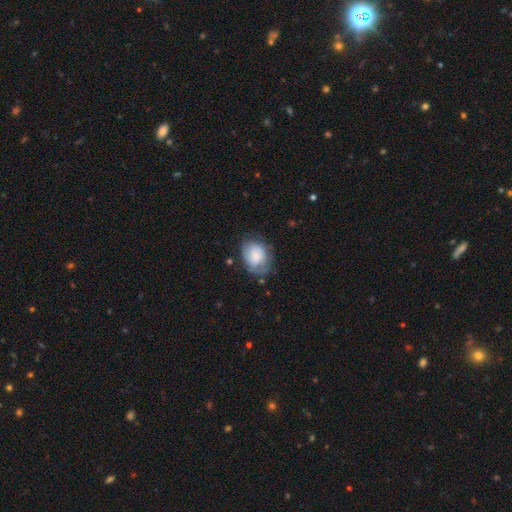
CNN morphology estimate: Smooth or featured? Predicted: smooth (p=0.63). How rounded? Predicted: in between (p=0.69). Merging? Predicted: none (p=0.54).